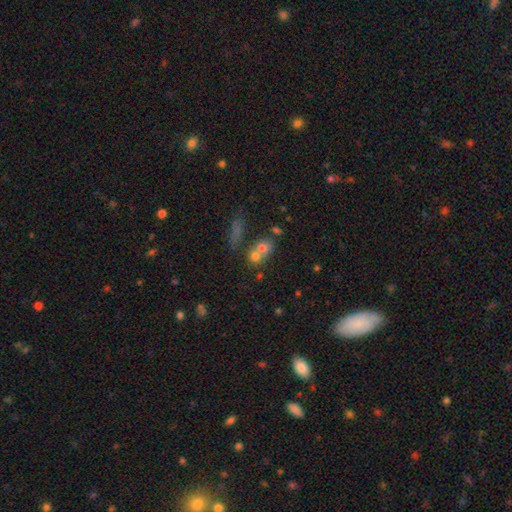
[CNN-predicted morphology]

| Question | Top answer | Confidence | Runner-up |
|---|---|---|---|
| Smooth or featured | smooth | 66% | featured or disk (19%) |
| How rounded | round | 66% | in between (32%) |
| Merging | merger | 55% | none (33%) |